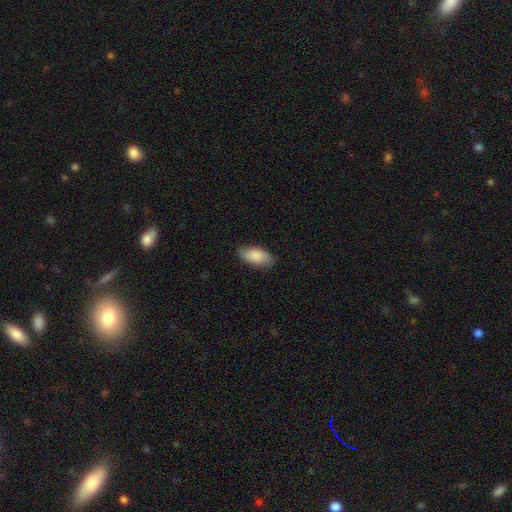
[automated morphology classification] The model was most divided on "merging": none: 82%, minor disturbance: 14%, major disturbance: 3%, merger: 1%. More confident: how rounded — in between (91%); smooth or featured — smooth (83%).